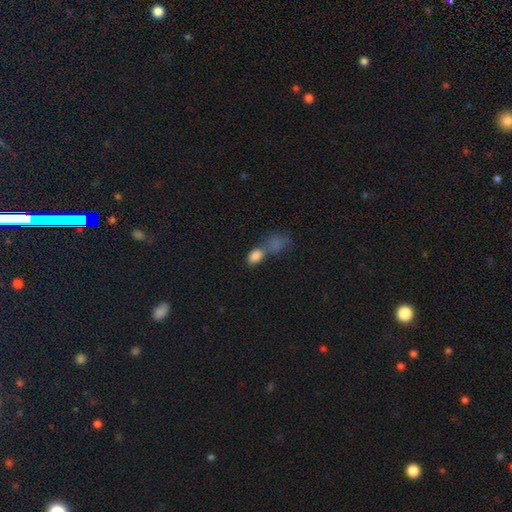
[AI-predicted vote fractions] Smooth or featured: smooth — 82% (star or artifact — 11%)
How rounded: in between — 84% (round — 13%)
Merging: merger — 49% (none — 33%)